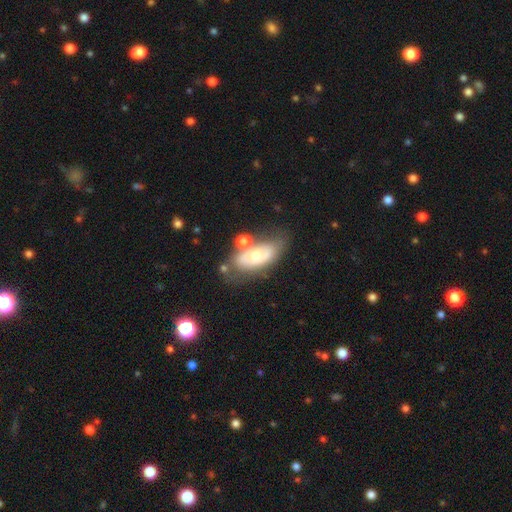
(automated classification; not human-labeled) smooth 49%, featured or disk 44%, star or artifact 7%. Down the decision tree: merging — none (53%).